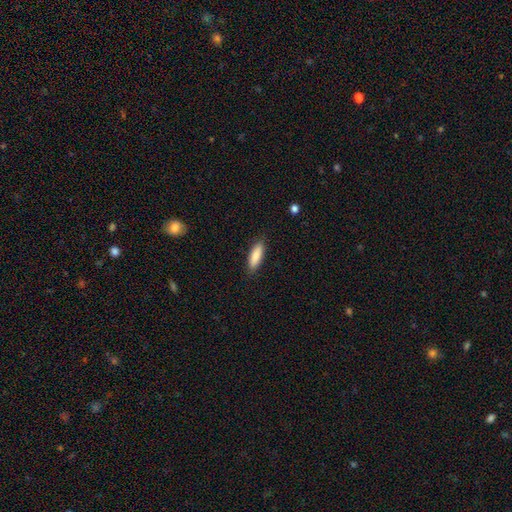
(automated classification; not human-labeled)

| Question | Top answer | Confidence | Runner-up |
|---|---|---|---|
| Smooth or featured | smooth | 86% | featured or disk (8%) |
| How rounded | in between | 51% | cigar-shaped (47%) |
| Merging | none | 87% | minor disturbance (9%) |